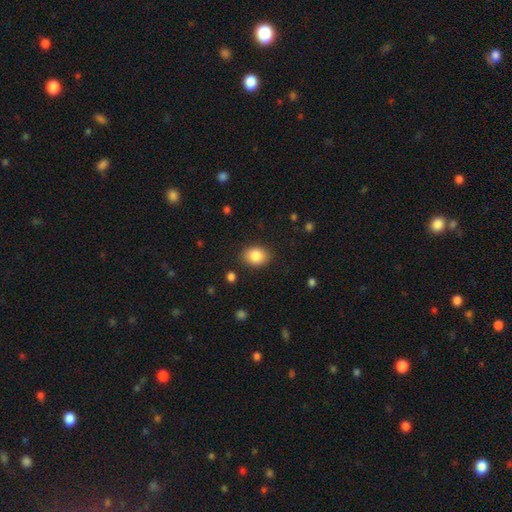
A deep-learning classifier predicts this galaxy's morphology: Q: Smooth or featured?
A: smooth (86%); runner-up: star or artifact (8%)
Q: How rounded?
A: in between (61%); runner-up: round (38%)
Q: Merging?
A: none (87%); runner-up: minor disturbance (9%)